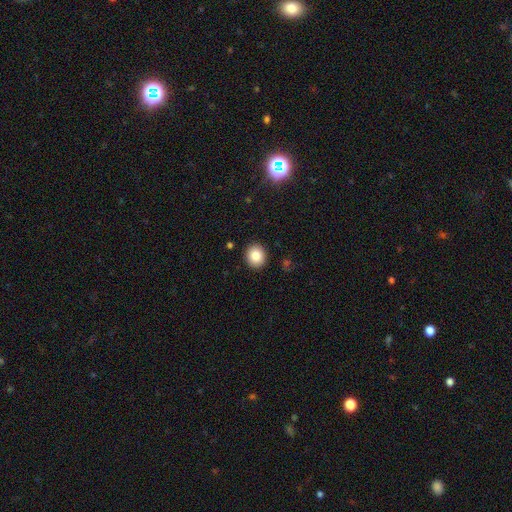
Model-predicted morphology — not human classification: This appears to be a smooth galaxy with no disk features (84%) that is round (76%). Merging: none (91%).